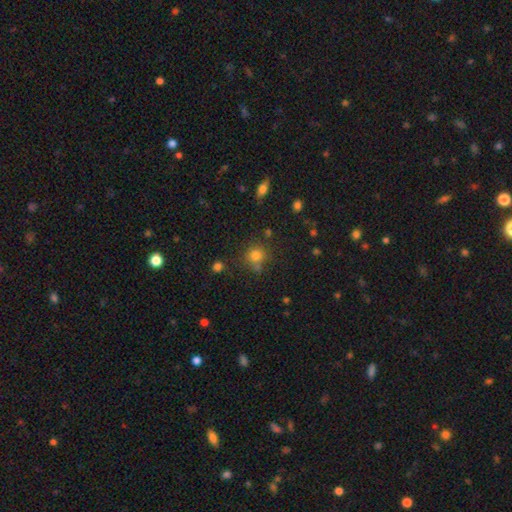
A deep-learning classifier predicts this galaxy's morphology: This appears to be a smooth galaxy with no disk features (77%) that is round (87%). Merging: none (68%).